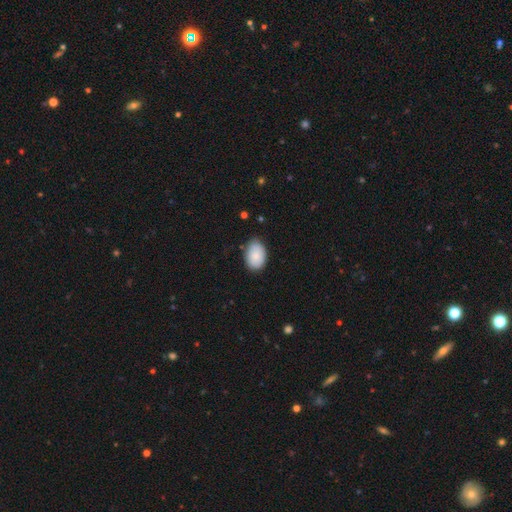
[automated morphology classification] type=smooth (87%); roundness=in between (88%); merging=none (79%).